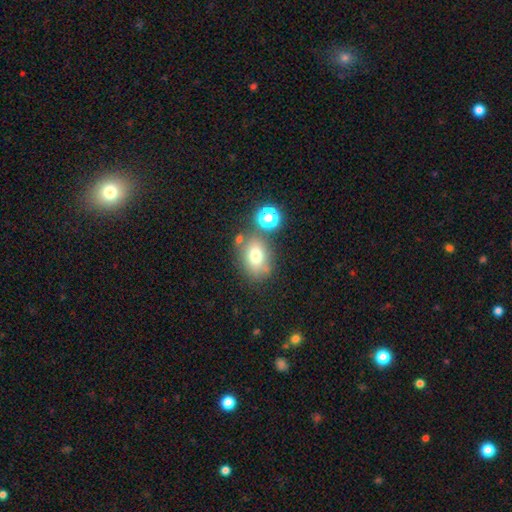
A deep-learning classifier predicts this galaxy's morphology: Overall: smooth (70%). How rounded: in between (62%; round 37%). Merging: none (67%).